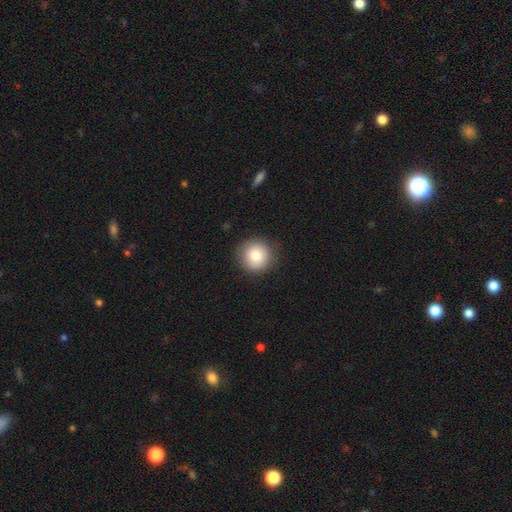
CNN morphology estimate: smooth_or_featured: smooth (p=0.80) [alt: featured or disk p=0.11]
how_rounded: round (p=0.94) [alt: in between p=0.05]
merging: none (p=0.87) [alt: minor disturbance p=0.09]